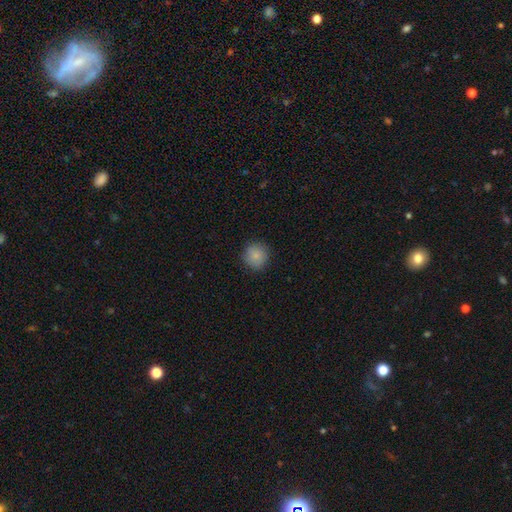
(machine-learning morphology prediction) smooth-or-featured: smooth: 85% | star or artifact: 9% | featured or disk: 6%
  how-rounded: round: 93% | in between: 6% | cigar-shaped: 1%
  merging: none: 89% | minor disturbance: 8% | major disturbance: 2% | merger: 1%